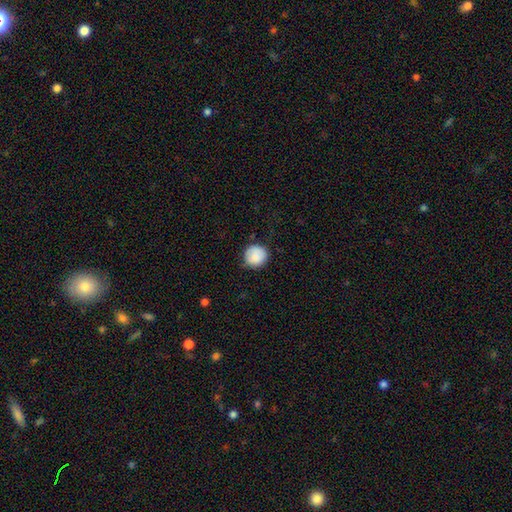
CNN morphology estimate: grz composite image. It shows a smooth galaxy with no disk features (85%) that is round (91%). Merging: none (76%).